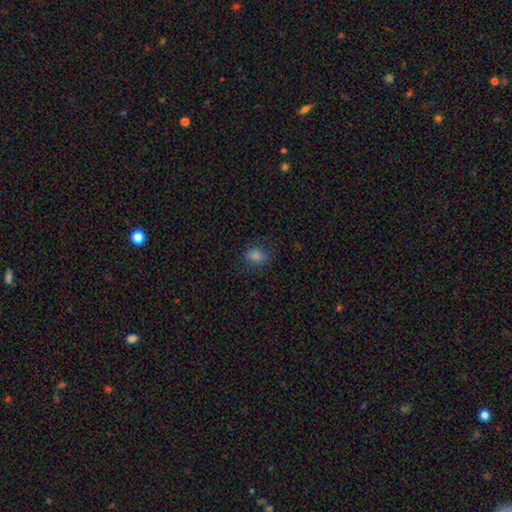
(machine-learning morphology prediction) smooth 79%, star or artifact 16%, featured or disk 6%. Down the decision tree: how rounded — in between (63%); merging — none (78%).